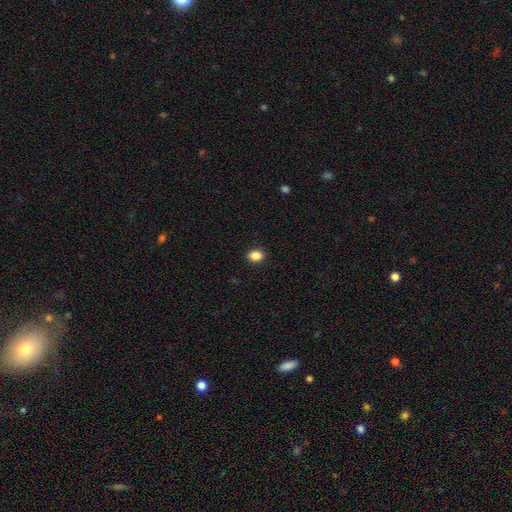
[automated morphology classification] Smooth or featured? Predicted: smooth (p=0.87). How rounded? Predicted: in between (p=0.69). Merging? Predicted: none (p=0.90).